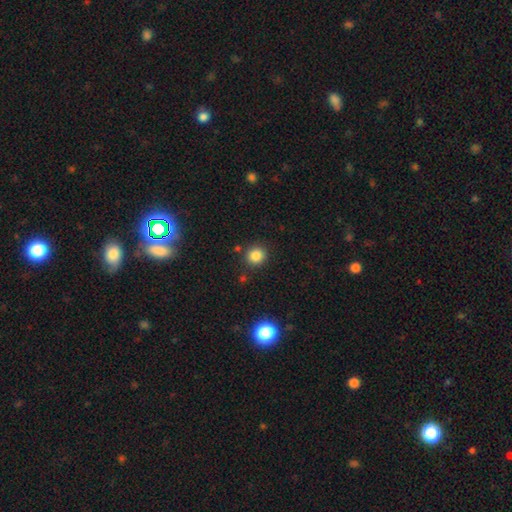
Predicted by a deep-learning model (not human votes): smooth-or-featured: smooth: 84% | star or artifact: 12% | featured or disk: 4%
  how-rounded: round: 88% | in between: 11% | cigar-shaped: 1%
  merging: none: 85% | minor disturbance: 8% | merger: 4% | major disturbance: 3%